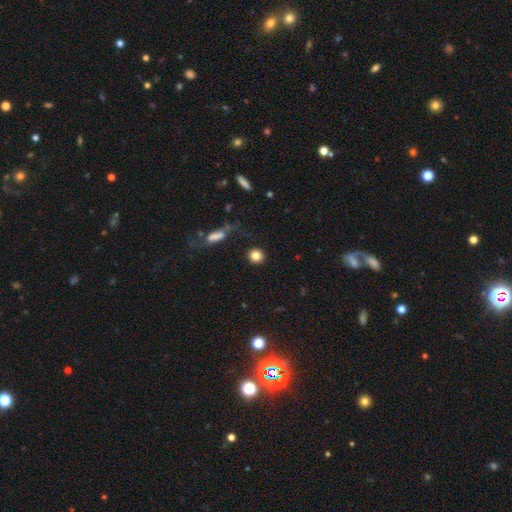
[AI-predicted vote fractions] Smooth or featured: smooth — 83% (star or artifact — 11%)
How rounded: round — 90% (in between — 9%)
Merging: none — 87% (minor disturbance — 7%)